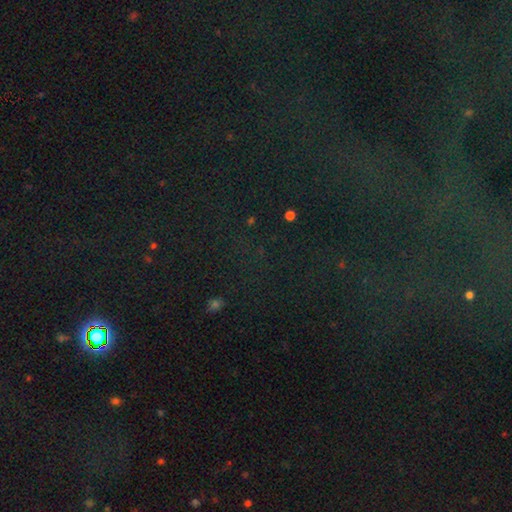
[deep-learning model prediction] smooth_or_featured: star or artifact (p=0.77) [alt: smooth p=0.14]